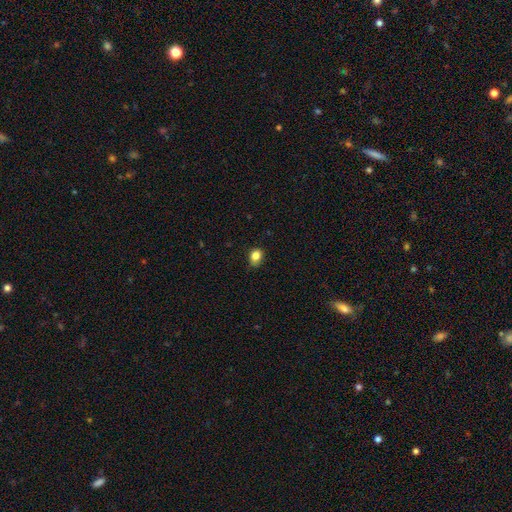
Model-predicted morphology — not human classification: A smooth galaxy with no disk features (84%) that is in between round and cigar-shaped (52%).

Vote fractions:
- Smooth or featured? smooth: 84% / star or artifact: 11% / featured or disk: 6%
- How rounded? in between: 52% / round: 47% / cigar-shaped: 1%
- Merging? none: 72% / minor disturbance: 23% / major disturbance: 4% / merger: 1%